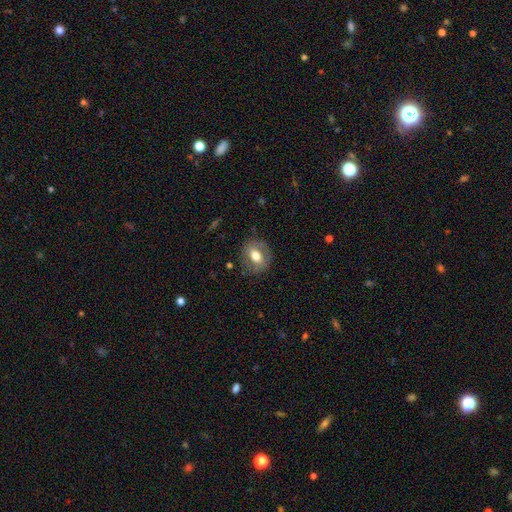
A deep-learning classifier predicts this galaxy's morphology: A smooth galaxy with no disk features (62%) that is round (57%).

Vote fractions:
- Smooth or featured? smooth: 62% / featured or disk: 30% / star or artifact: 8%
- How rounded? round: 57% / in between: 42% / cigar-shaped: 1%
- Merging? none: 80% / minor disturbance: 13% / major disturbance: 5% / merger: 1%